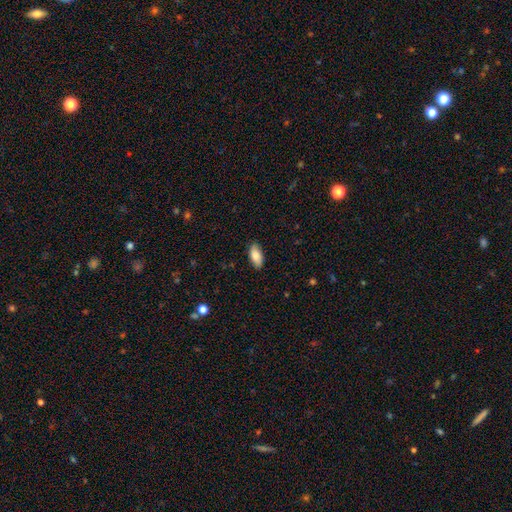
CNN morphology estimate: Smooth or featured? Predicted: smooth (p=0.85). How rounded? Predicted: in between (p=0.90). Merging? Predicted: none (p=0.87).